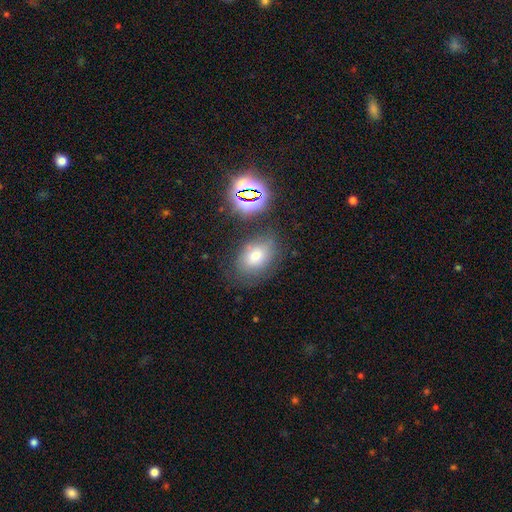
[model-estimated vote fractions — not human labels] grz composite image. It shows a smooth galaxy with no disk features (62%) that is in between round and cigar-shaped (74%). Merging: none (69%).